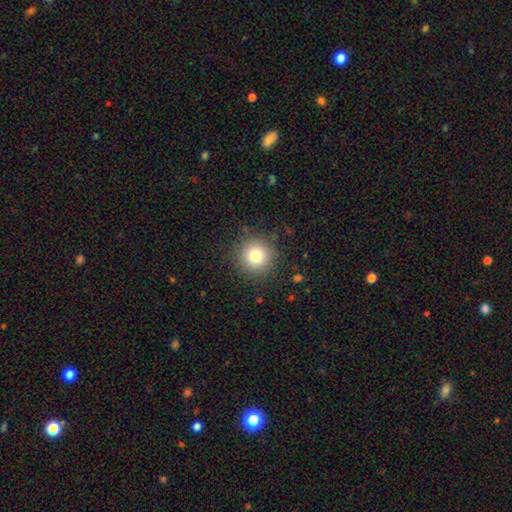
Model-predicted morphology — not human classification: This appears to be a smooth galaxy with no disk features (79%) that is round (95%). Merging: none (89%).